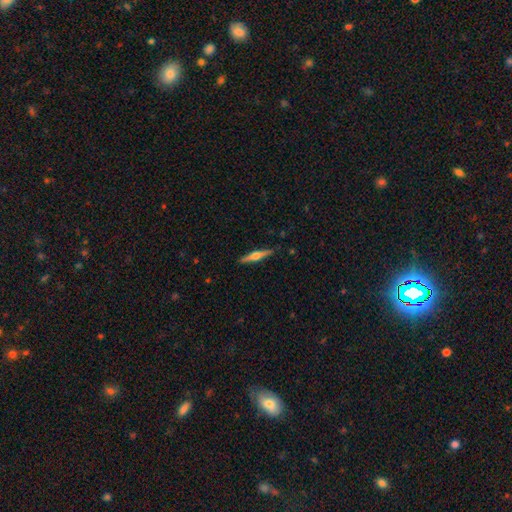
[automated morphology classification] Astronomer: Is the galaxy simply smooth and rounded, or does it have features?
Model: featured or disk — 67%.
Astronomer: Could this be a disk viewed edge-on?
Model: yes — 98%.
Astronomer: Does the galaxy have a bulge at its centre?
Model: rounded — 92%.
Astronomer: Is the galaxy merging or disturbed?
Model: none — 89%.